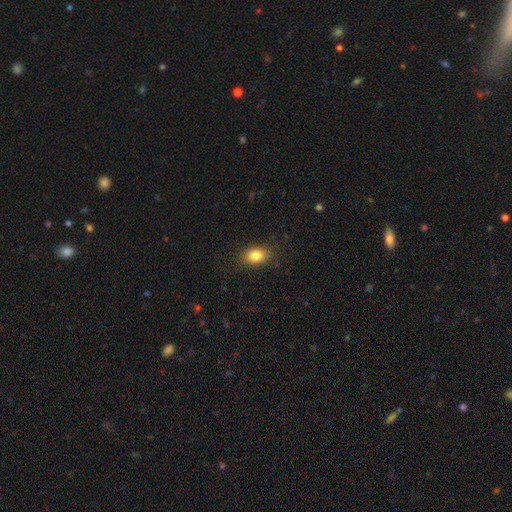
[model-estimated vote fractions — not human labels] smooth 83%, star or artifact 10%, featured or disk 7%. Down the decision tree: how rounded — in between (74%); merging — none (86%).